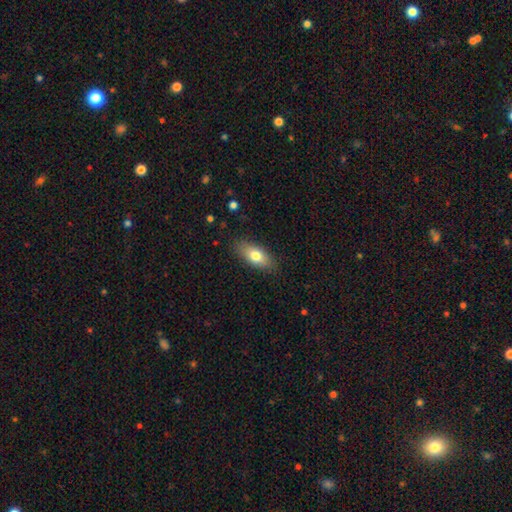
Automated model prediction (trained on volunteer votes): smooth-or-featured: smooth: 74% | featured or disk: 19% | star or artifact: 7%
  how-rounded: in between: 81% | cigar-shaped: 15% | round: 4%
  merging: none: 85% | minor disturbance: 11% | major disturbance: 3% | merger: 1%